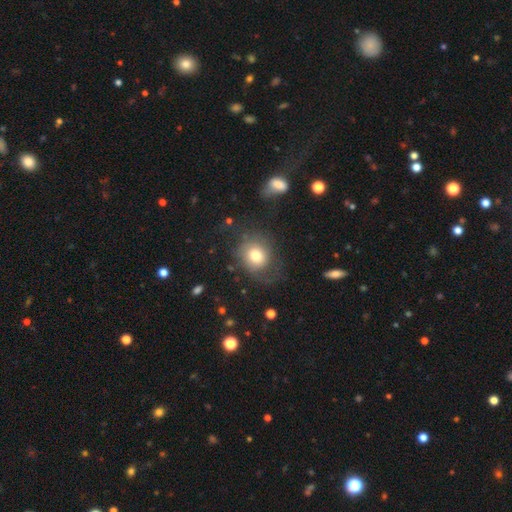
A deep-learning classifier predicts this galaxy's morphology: Smooth or featured: smooth — 73% (featured or disk — 17%)
How rounded: round — 72% (in between — 27%)
Merging: none — 59% (minor disturbance — 20%)